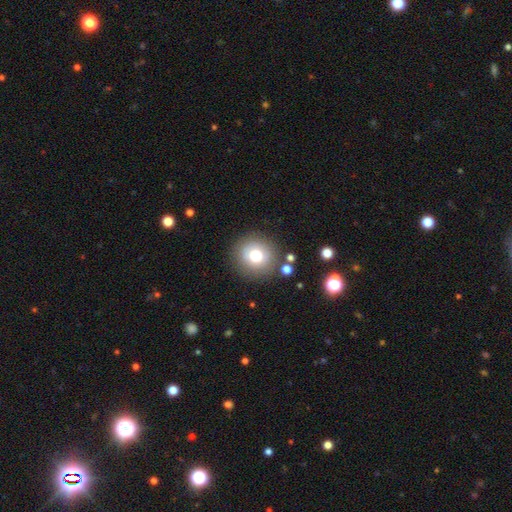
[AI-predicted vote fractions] Q: Smooth or featured?
A: smooth (73%); runner-up: featured or disk (15%)
Q: How rounded?
A: round (92%); runner-up: in between (7%)
Q: Merging?
A: none (84%); runner-up: minor disturbance (9%)